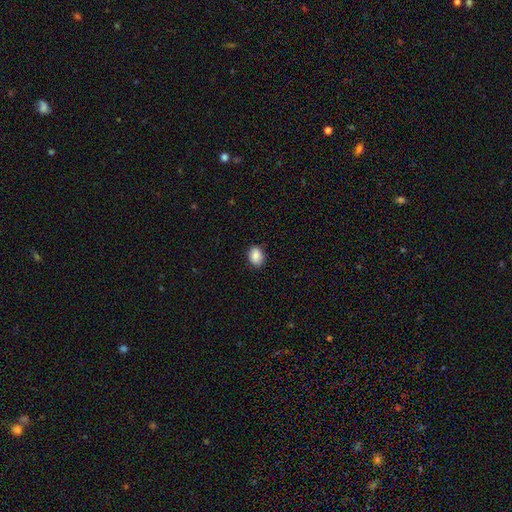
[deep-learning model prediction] A smooth galaxy with no disk features (87%) that is in between round and cigar-shaped (61%).

Vote fractions:
- Smooth or featured? smooth: 87% / star or artifact: 8% / featured or disk: 5%
- How rounded? in between: 61% / round: 38% / cigar-shaped: 1%
- Merging? none: 88% / minor disturbance: 9% / major disturbance: 2% / merger: 1%